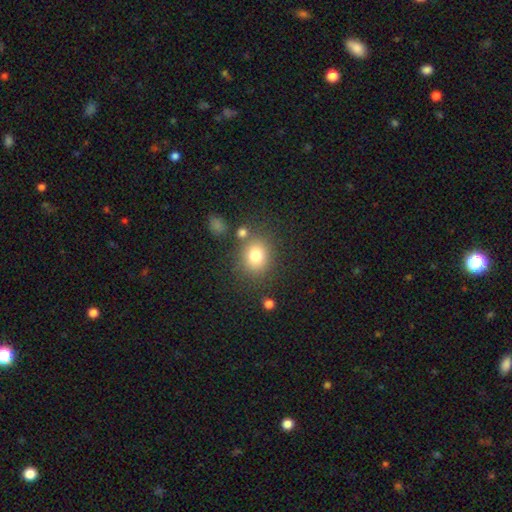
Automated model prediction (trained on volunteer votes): Smooth or featured: smooth — 79% (star or artifact — 12%)
How rounded: round — 68% (in between — 31%)
Merging: none — 74% (minor disturbance — 11%)